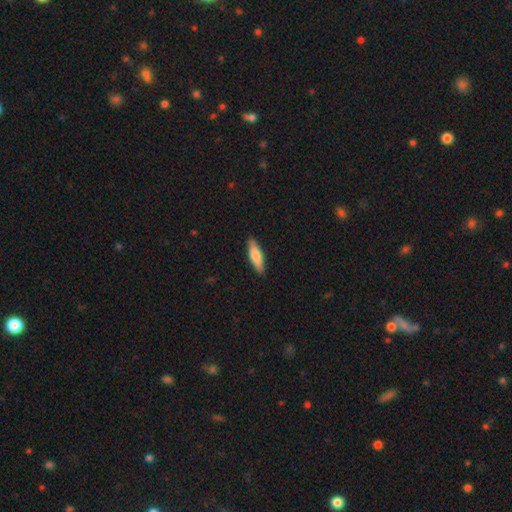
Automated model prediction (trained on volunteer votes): This is likely a smooth galaxy (75%). How rounded: possibly cigar-shaped (58%). Merging: clearly none (88%).